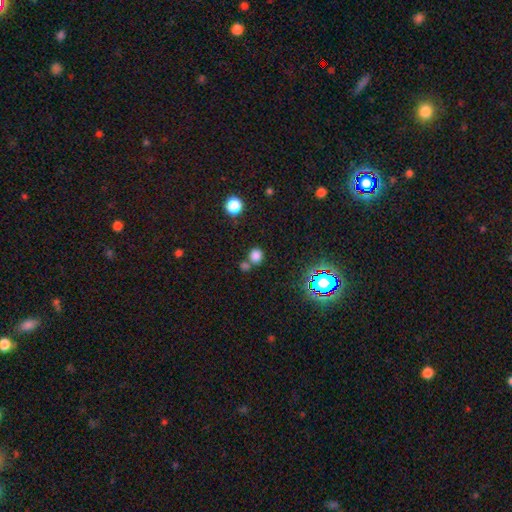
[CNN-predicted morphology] smooth-or-featured: smooth: 76% | star or artifact: 19% | featured or disk: 6%
  how-rounded: round: 82% | in between: 17% | cigar-shaped: 1%
  merging: none: 62% | merger: 26% | minor disturbance: 8% | major disturbance: 4%